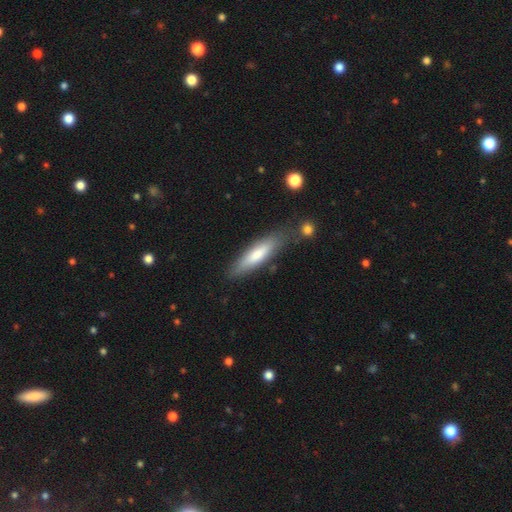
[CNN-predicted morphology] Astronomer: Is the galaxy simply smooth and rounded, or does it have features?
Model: smooth — 65%.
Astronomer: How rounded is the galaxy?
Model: cigar-shaped — 75%.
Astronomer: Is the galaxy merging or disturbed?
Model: none — 78%.